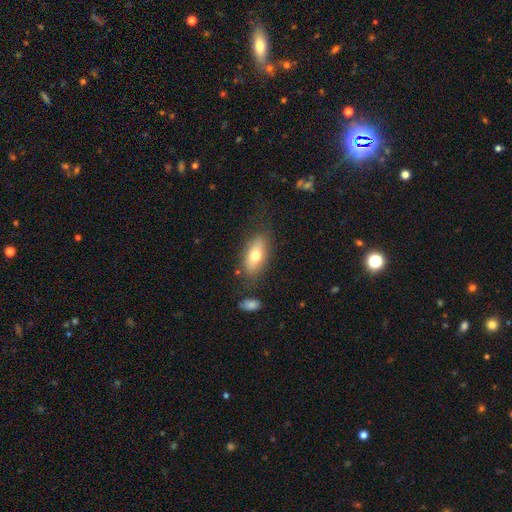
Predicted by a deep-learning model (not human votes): This is likely a smooth galaxy (70%). How rounded: clearly in between (84%). Merging: likely none (76%).